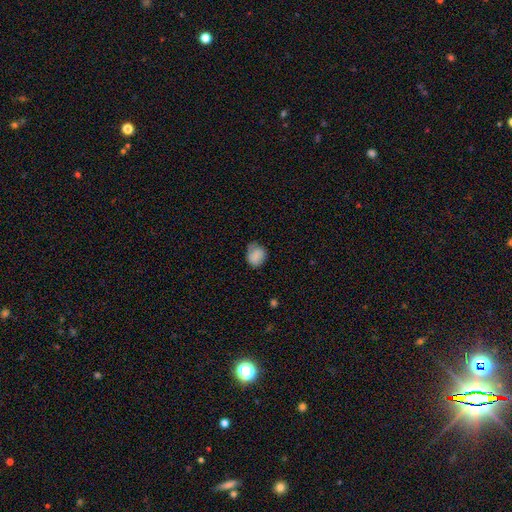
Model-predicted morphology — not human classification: This is clearly a smooth galaxy (82%). How rounded: possibly round (59%). Merging: possibly none (58%).